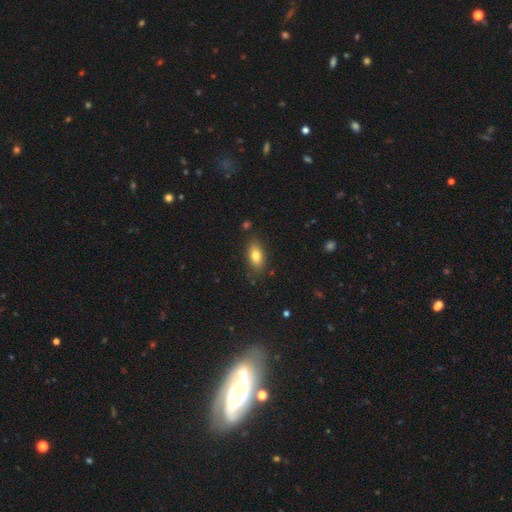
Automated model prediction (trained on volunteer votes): smooth 80%, featured or disk 12%, star or artifact 8%. Down the decision tree: how rounded — in between (86%); merging — none (82%).